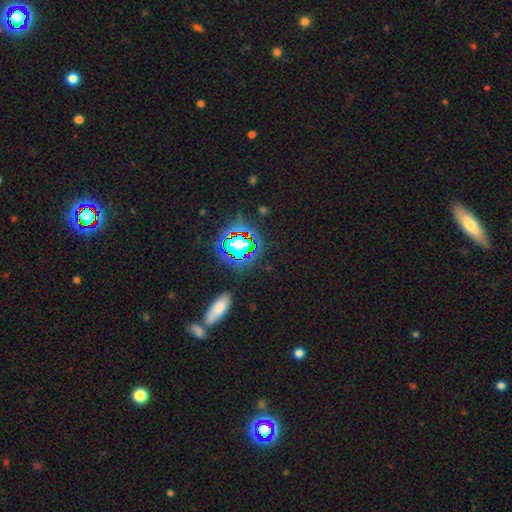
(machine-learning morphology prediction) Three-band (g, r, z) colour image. It shows a star or artifact, not a galaxy (64%).